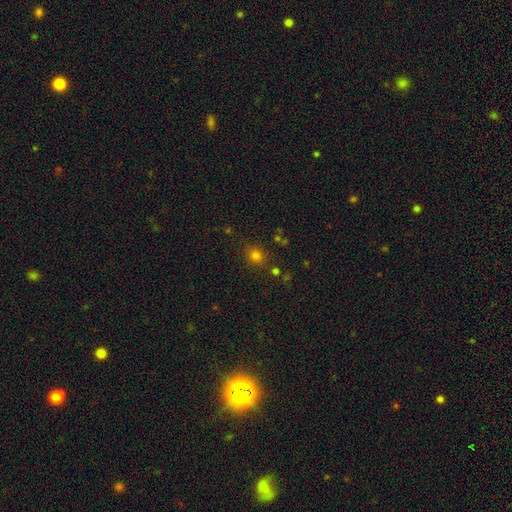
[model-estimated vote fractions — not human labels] Morphology: type=smooth (75%); roundness=round (84%); merging=none (83%).